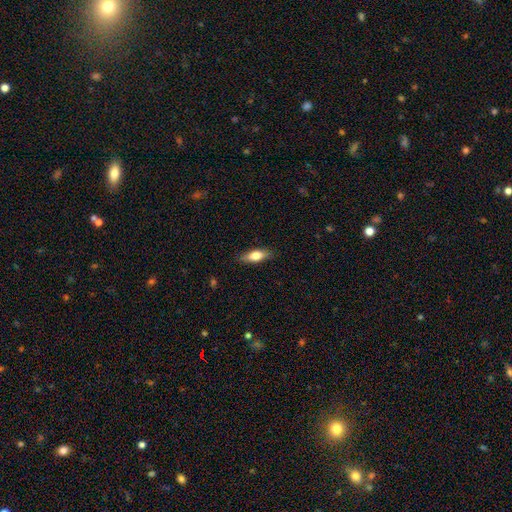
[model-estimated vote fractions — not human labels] smooth-or-featured: smooth: 71% | featured or disk: 23% | star or artifact: 7%
  how-rounded: in between: 66% | cigar-shaped: 31% | round: 3%
  merging: none: 85% | minor disturbance: 12% | major disturbance: 2% | merger: 1%